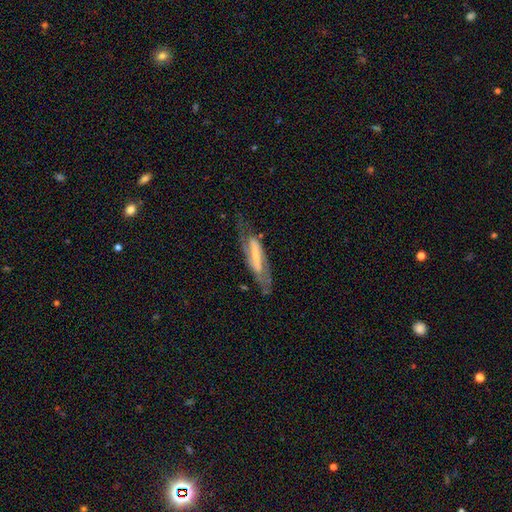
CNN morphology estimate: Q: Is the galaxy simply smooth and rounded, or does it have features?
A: featured or disk — 73%.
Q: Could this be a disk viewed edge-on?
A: no — 73%.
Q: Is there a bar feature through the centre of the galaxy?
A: strong — 56%.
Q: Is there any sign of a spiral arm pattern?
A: yes — 80%.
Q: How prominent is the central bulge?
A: small — 57%.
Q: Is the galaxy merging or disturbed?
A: none — 58%.